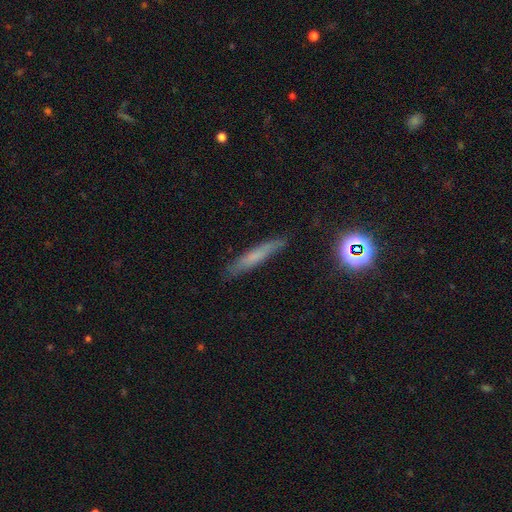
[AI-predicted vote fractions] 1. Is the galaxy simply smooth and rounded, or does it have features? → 57% smooth, 29% featured or disk, 13% star or artifact.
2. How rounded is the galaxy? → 92% cigar-shaped, 6% in between, 2% round.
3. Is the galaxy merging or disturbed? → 83% none, 13% minor disturbance, 3% major disturbance, 2% merger.